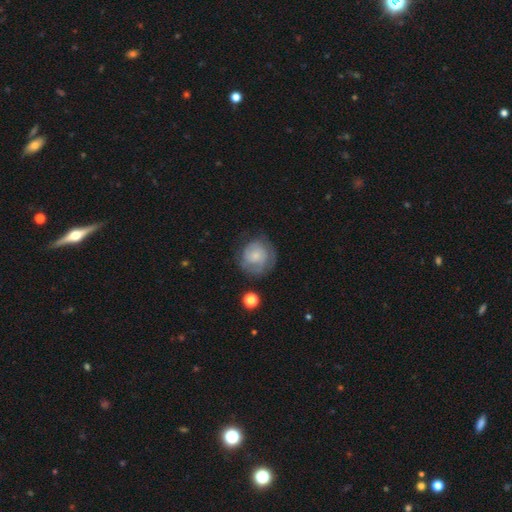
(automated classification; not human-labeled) The model was most divided on "smooth or featured": featured or disk: 51%, smooth: 42%, star or artifact: 7%. More confident: edge-on disk — no (98%); merging — none (67%).